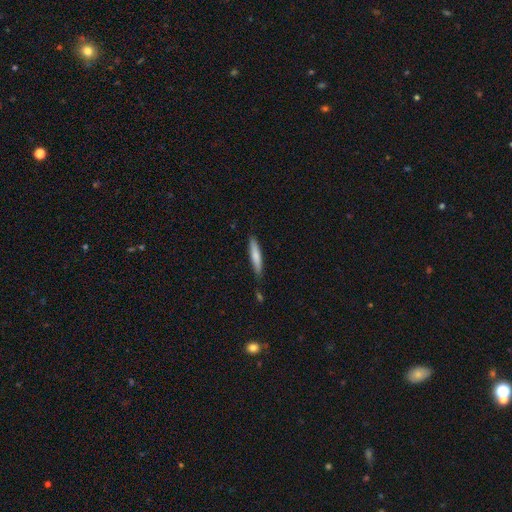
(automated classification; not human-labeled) Smooth or featured? Predicted: smooth (p=0.76). How rounded? Predicted: cigar-shaped (p=0.89). Merging? Predicted: none (p=0.79).